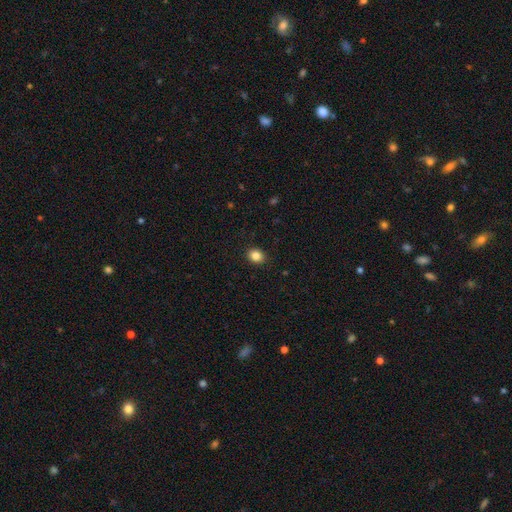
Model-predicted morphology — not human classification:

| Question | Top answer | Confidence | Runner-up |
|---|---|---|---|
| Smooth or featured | smooth | 85% | star or artifact (10%) |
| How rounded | round | 56% | in between (43%) |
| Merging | none | 91% | minor disturbance (7%) |